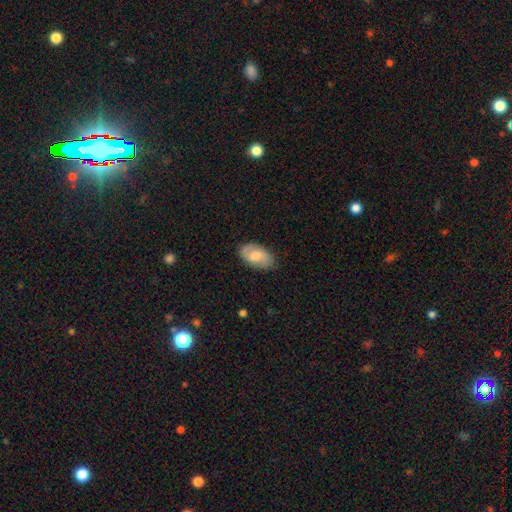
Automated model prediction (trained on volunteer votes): Smooth or featured? smooth (61%)
How rounded? in between (93%)
Merging? none (81%)